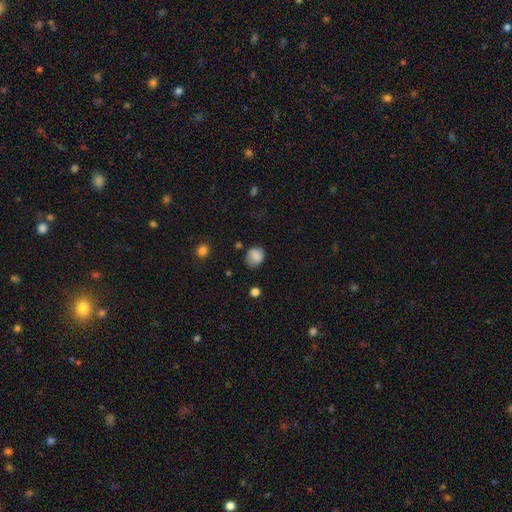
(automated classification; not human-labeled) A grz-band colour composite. It shows a smooth galaxy with no disk features (83%) that is round (66%). Merging: none (68%).